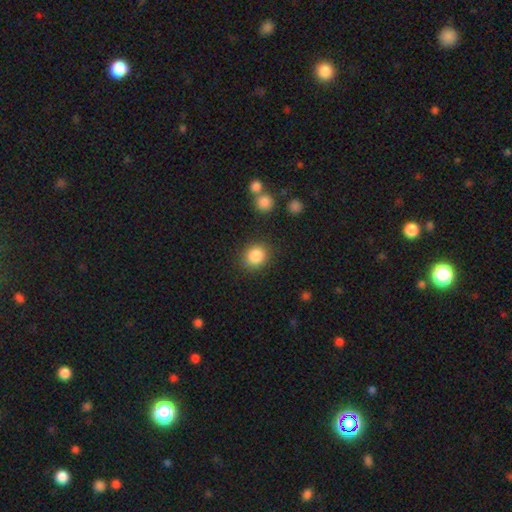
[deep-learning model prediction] The model was most divided on "how rounded": round: 75%, in between: 24%, cigar-shaped: 1%. More confident: smooth or featured — smooth (86%); merging — none (85%).